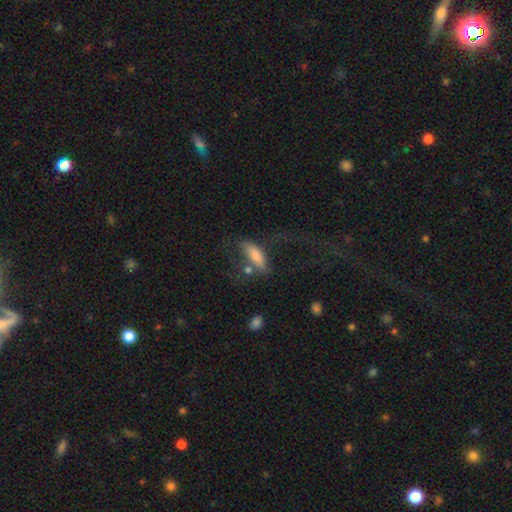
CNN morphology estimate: Smooth or featured? smooth (72%)
How rounded? in between (62%)
Merging? none (41%)